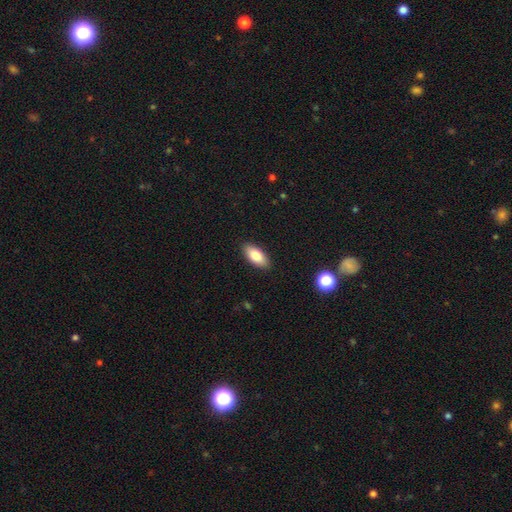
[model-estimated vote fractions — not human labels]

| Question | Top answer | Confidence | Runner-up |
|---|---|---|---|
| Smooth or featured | smooth | 83% | featured or disk (10%) |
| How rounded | in between | 89% | cigar-shaped (9%) |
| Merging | none | 89% | minor disturbance (8%) |